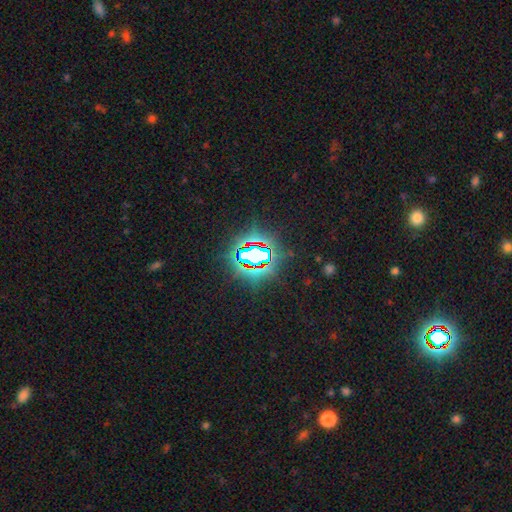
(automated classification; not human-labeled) Overall: star or artifact (78%).